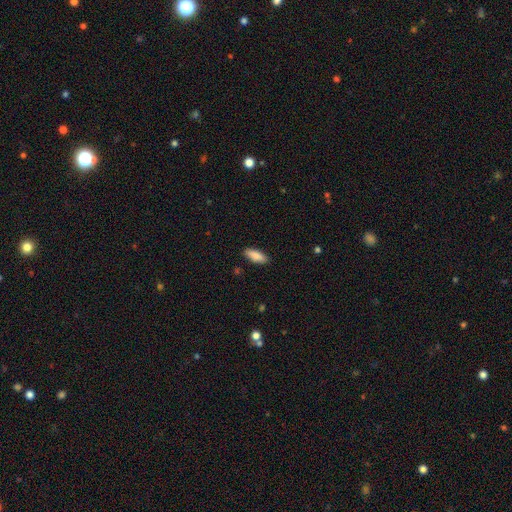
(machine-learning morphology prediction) A smooth galaxy with no disk features (88%) that is in between round and cigar-shaped (70%).

Vote fractions:
- Smooth or featured? smooth: 88% / featured or disk: 6% / star or artifact: 6%
- How rounded? in between: 70% / cigar-shaped: 29% / round: 2%
- Merging? none: 88% / minor disturbance: 9% / major disturbance: 2% / merger: 1%